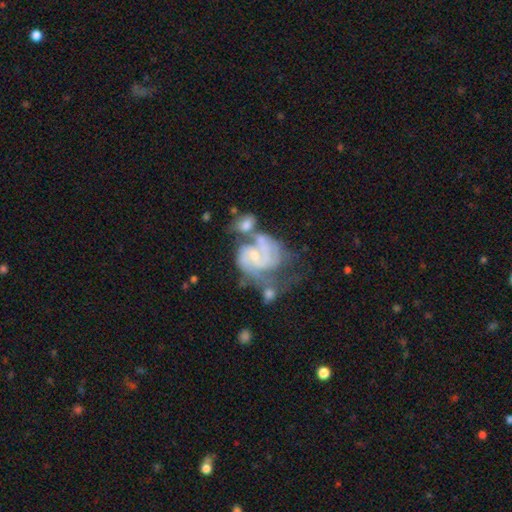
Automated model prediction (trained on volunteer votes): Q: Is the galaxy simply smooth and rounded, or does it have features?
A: featured or disk — 85%.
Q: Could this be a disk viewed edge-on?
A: no — 98%.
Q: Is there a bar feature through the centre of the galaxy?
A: no — 59%.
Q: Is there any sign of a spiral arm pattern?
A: yes — 93%.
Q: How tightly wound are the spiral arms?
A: tight — 48%.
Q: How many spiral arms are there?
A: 2 — 46%.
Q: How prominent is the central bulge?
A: small — 64%.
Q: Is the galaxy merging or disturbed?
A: merger — 39%.